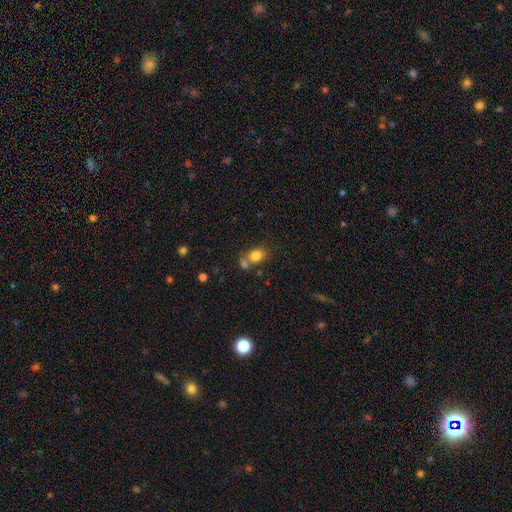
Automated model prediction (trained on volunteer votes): Smooth or featured?
  - smooth: 81% *
  - star or artifact: 11%
  - featured or disk: 8%
How rounded?
  - round: 53% *
  - in between: 46%
  - cigar-shaped: 1%
Merging?
  - none: 50% *
  - merger: 34%
  - minor disturbance: 12%
  - major disturbance: 5%